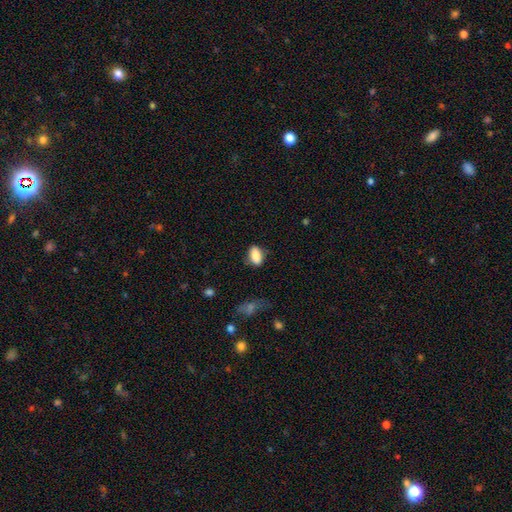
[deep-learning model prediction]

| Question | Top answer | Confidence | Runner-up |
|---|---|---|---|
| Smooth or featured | smooth | 84% | featured or disk (8%) |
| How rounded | in between | 87% | round (8%) |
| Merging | none | 78% | minor disturbance (16%) |